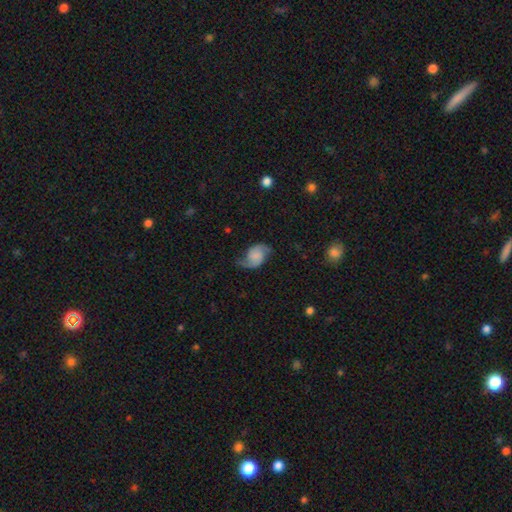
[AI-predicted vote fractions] smooth_or_featured: featured or disk (p=0.77) [alt: smooth p=0.15]
disk_edge_on: no (p=0.98) [alt: yes p=0.02]
bar: no (p=0.66) [alt: weak p=0.28]
has_spiral_arms: yes (p=0.96) [alt: no p=0.04]
spiral_winding: loose (p=0.53) [alt: medium p=0.35]
spiral_arm_count: 2 (p=0.93) [alt: 1 p=0.03]
bulge_size: none (p=0.52) [alt: small p=0.21]
merging: none (p=0.70) [alt: minor disturbance p=0.20]